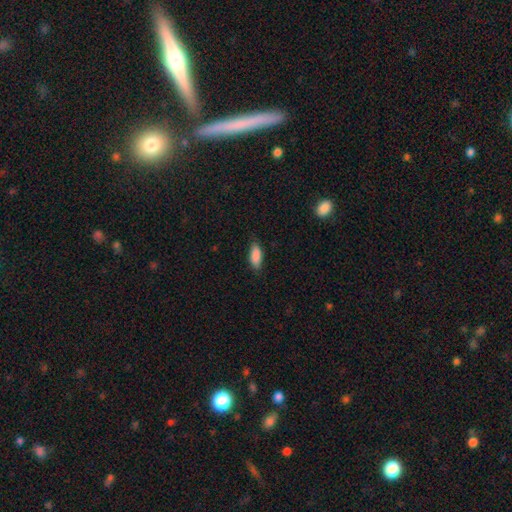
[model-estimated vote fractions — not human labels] This is clearly a smooth galaxy (88%). How rounded: likely in between (80%). Merging: likely none (79%).